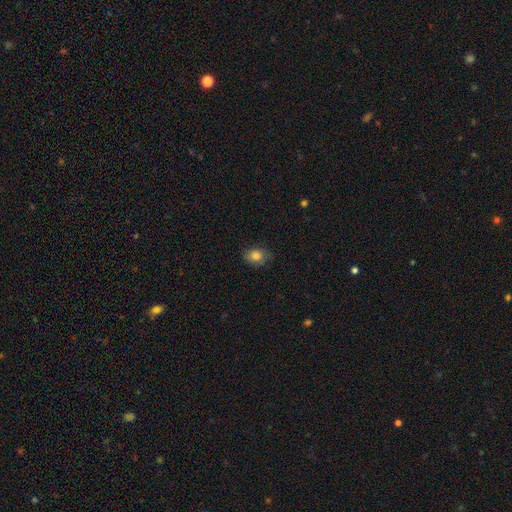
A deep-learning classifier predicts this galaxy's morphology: Q: Smooth or featured?
A: smooth (81%); runner-up: star or artifact (10%)
Q: How rounded?
A: in between (66%); runner-up: round (33%)
Q: Merging?
A: none (74%); runner-up: minor disturbance (20%)